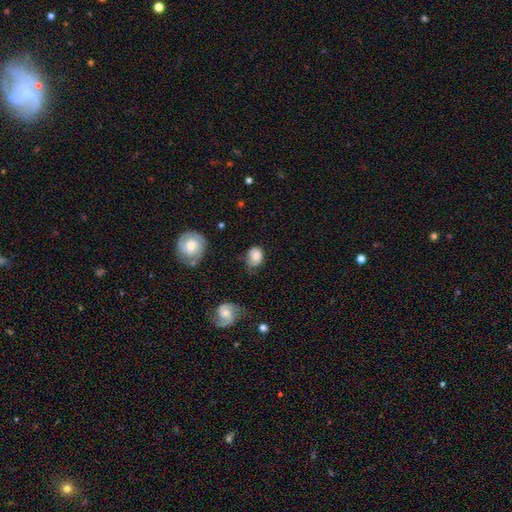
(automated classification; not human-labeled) Smooth or featured: smooth — 78% (featured or disk — 14%)
How rounded: in between — 53% (round — 46%)
Merging: none — 50% (minor disturbance — 35%)